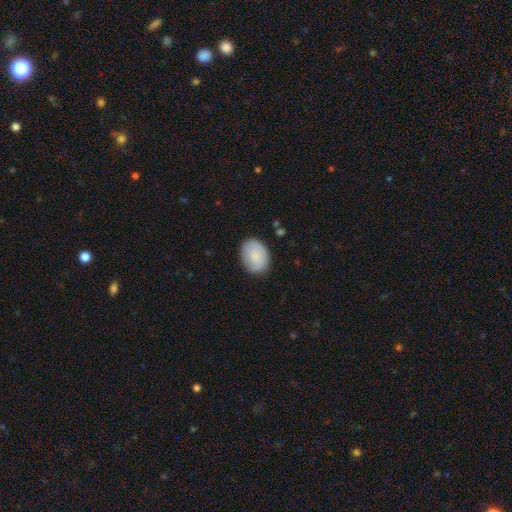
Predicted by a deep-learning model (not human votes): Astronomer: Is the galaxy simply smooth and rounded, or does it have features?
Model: smooth — 76%.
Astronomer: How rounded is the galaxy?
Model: in between — 63%.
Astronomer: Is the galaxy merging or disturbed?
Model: none — 78%.